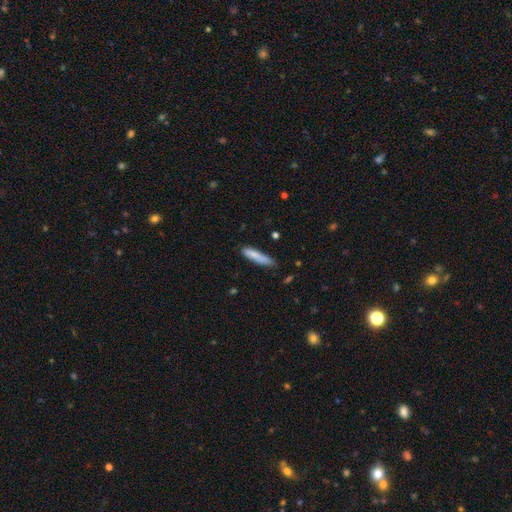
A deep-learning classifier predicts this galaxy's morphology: Smooth or featured?
  - smooth: 81% *
  - featured or disk: 13%
  - star or artifact: 6%
How rounded?
  - cigar-shaped: 82% *
  - in between: 16%
  - round: 1%
Merging?
  - none: 69% *
  - minor disturbance: 24%
  - major disturbance: 4%
  - merger: 2%